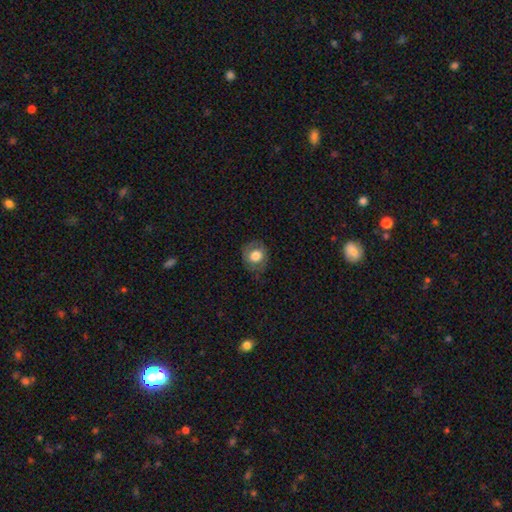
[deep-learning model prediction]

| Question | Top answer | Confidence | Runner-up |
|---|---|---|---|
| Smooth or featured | smooth | 72% | featured or disk (19%) |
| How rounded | round | 75% | in between (24%) |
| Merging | none | 71% | minor disturbance (21%) |